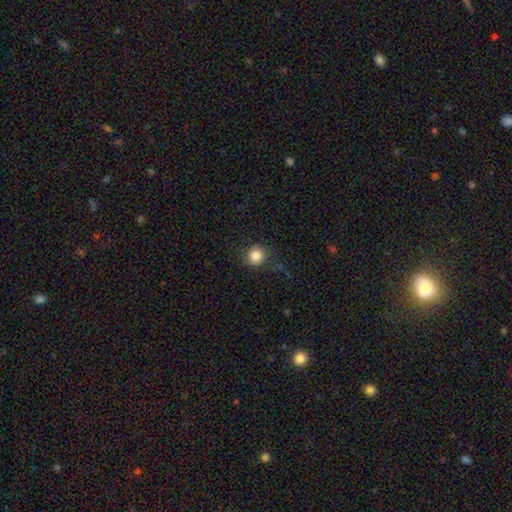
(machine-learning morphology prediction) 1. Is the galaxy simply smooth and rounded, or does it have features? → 84% smooth, 9% star or artifact, 7% featured or disk.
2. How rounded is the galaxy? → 86% round, 13% in between, 1% cigar-shaped.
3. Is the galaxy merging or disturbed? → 74% none, 17% minor disturbance, 8% major disturbance, 1% merger.